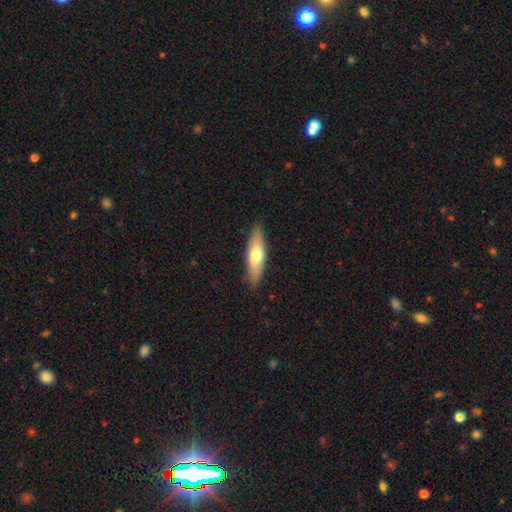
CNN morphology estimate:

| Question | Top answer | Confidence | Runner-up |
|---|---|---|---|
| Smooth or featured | smooth | 66% | featured or disk (28%) |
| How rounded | cigar-shaped | 55% | in between (43%) |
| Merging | none | 87% | minor disturbance (10%) |